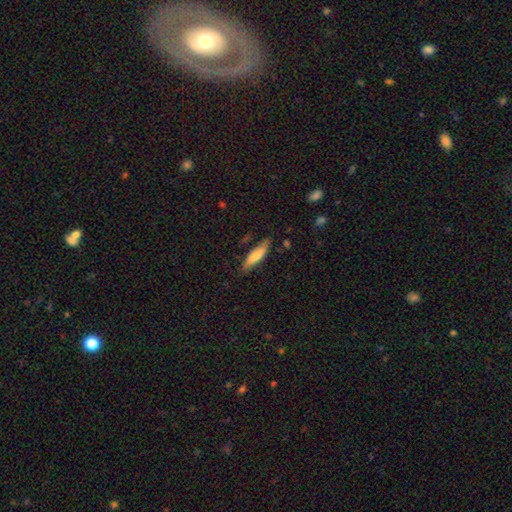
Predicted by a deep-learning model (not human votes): Smooth or featured? smooth (72%)
How rounded? cigar-shaped (70%)
Merging? none (77%)